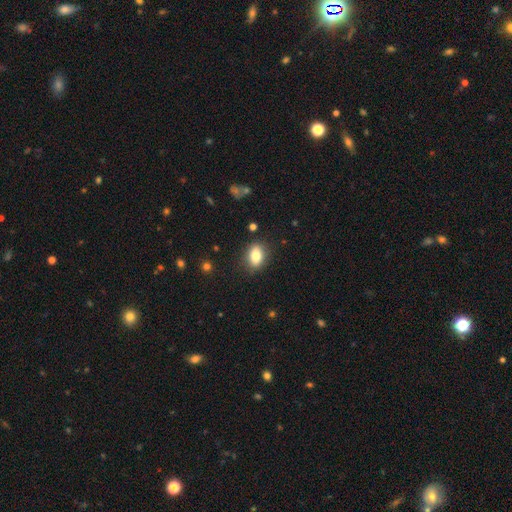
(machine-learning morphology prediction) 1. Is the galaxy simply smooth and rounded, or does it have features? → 81% smooth, 10% featured or disk, 9% star or artifact.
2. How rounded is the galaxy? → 80% in between, 18% round, 2% cigar-shaped.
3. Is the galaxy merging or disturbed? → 84% none, 12% minor disturbance, 3% major disturbance, 2% merger.